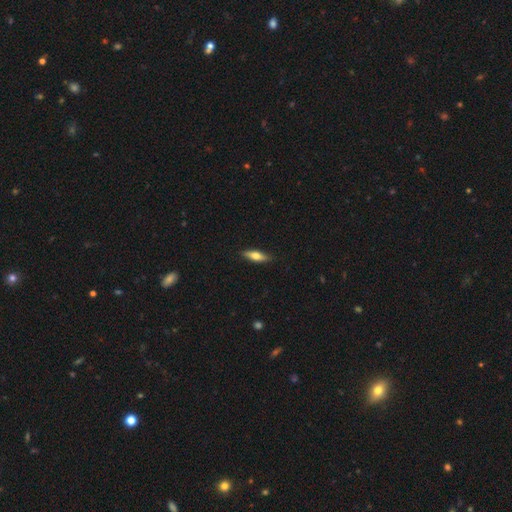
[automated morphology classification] This is likely a smooth galaxy (62%). How rounded: possibly cigar-shaped (54%). Merging: clearly none (88%).